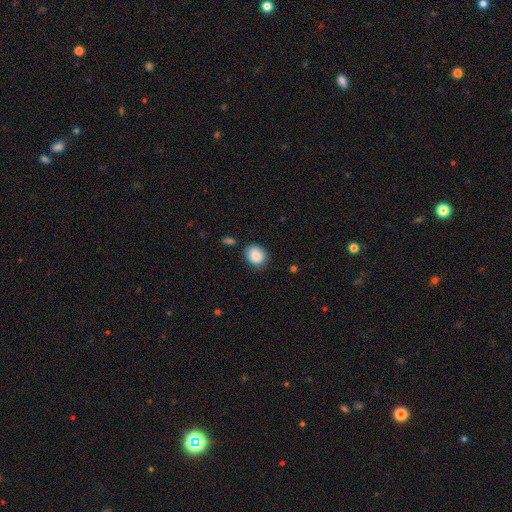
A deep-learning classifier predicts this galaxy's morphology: type=smooth (88%); roundness=in between (51%); merging=none (76%).